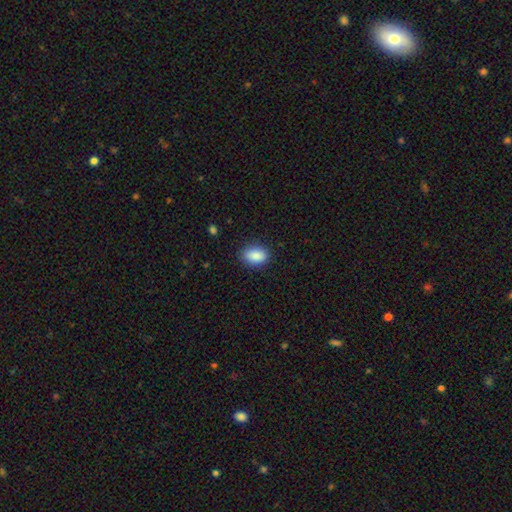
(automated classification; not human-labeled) Morphology: type=smooth (88%); roundness=in between (86%); merging=none (86%).